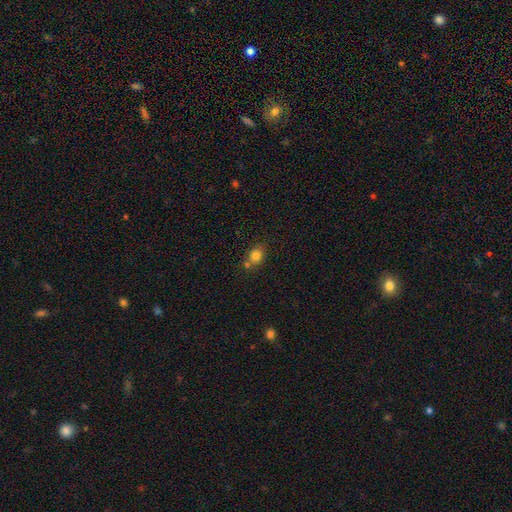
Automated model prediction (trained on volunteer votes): Smooth or featured? smooth (80%)
How rounded? round (59%)
Merging? none (58%)